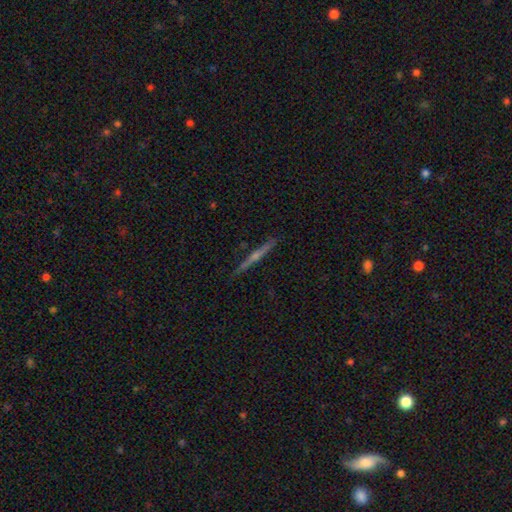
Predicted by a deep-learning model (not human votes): This is possibly a featured or disk galaxy (60%). It is clearly viewed edge-on (93%). Edge-on bulge: possibly rounded (58%). Merging: clearly none (88%).